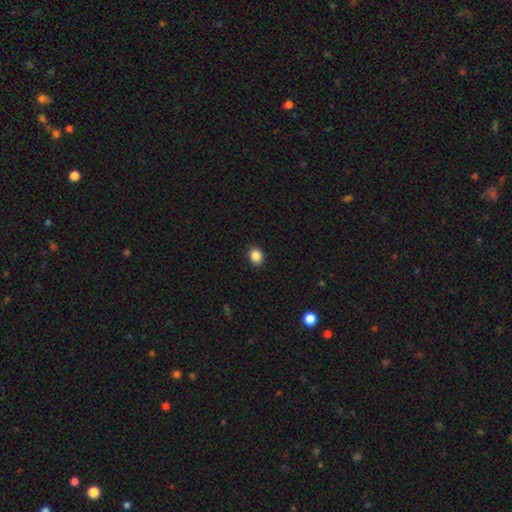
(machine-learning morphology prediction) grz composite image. It shows a smooth galaxy with no disk features (88%) that is in between round and cigar-shaped (51%). Merging: none (90%).